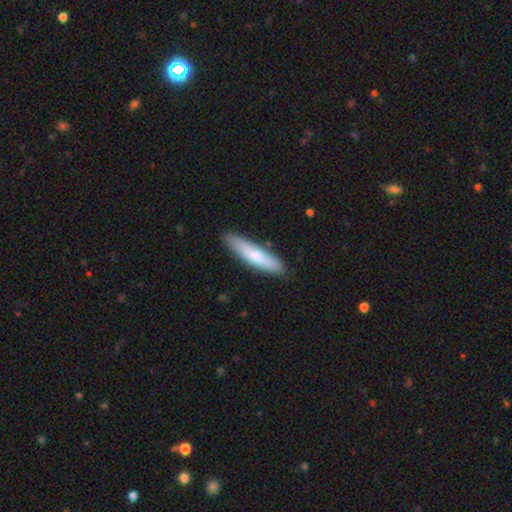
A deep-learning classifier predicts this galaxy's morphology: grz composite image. It shows a smooth galaxy with no disk features (74%) that is cigar-shaped (82%). Merging: none (83%).